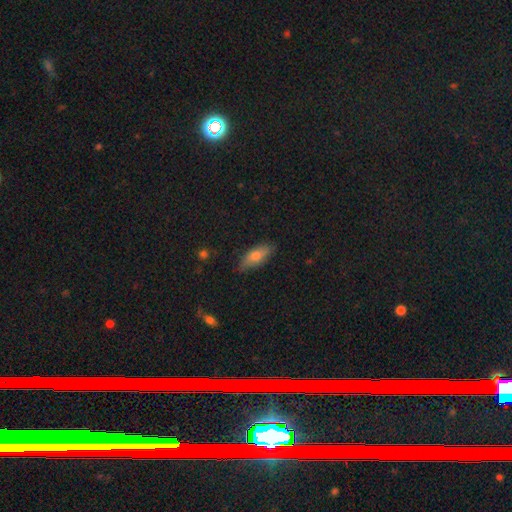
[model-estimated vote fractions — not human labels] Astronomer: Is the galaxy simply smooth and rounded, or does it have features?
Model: smooth — 68%.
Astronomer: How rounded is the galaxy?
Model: in between — 69%.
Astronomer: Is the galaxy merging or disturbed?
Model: none — 78%.